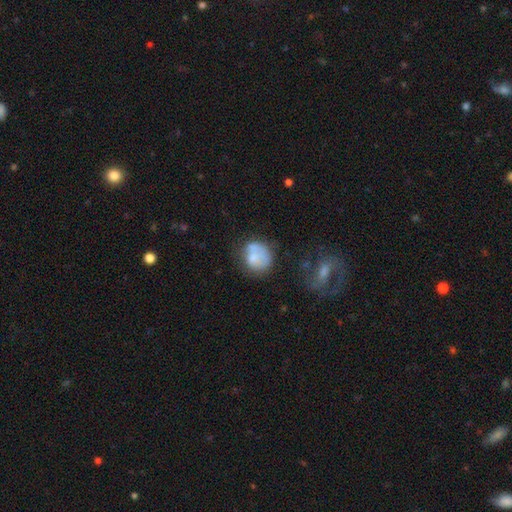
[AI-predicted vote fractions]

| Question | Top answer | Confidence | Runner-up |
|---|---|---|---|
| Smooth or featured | smooth | 65% | featured or disk (26%) |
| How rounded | round | 78% | in between (21%) |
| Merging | none | 46% | minor disturbance (24%) |